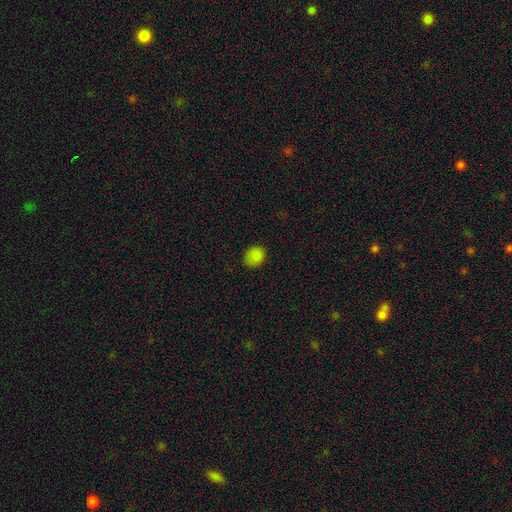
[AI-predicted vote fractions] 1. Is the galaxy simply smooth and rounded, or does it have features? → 83% smooth, 12% star or artifact, 4% featured or disk.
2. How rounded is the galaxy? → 59% round, 40% in between, 1% cigar-shaped.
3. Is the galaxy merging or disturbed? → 79% none, 16% minor disturbance, 3% major disturbance, 1% merger.